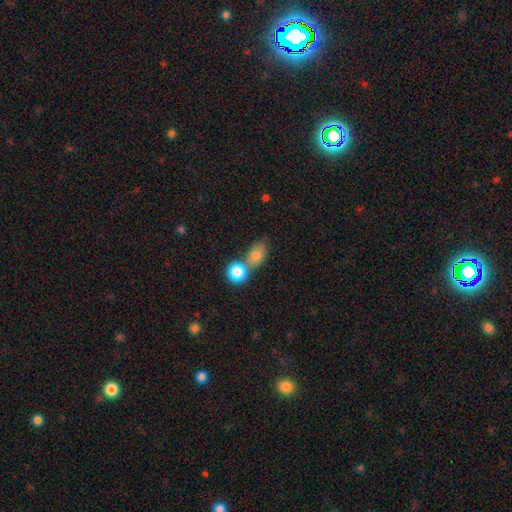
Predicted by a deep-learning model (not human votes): Overall: smooth (79%). How rounded: in between (65%; round 32%). Merging: merger (47%; none 38%).